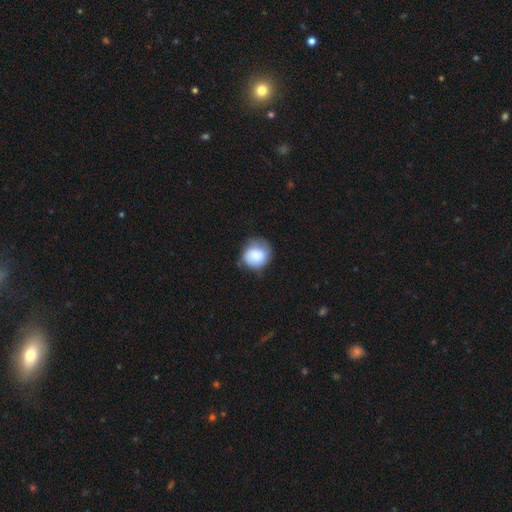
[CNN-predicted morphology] The model was most divided on "merging": none: 54%, minor disturbance: 33%, major disturbance: 11%, merger: 2%. More confident: smooth or featured — smooth (80%); how rounded — round (79%).